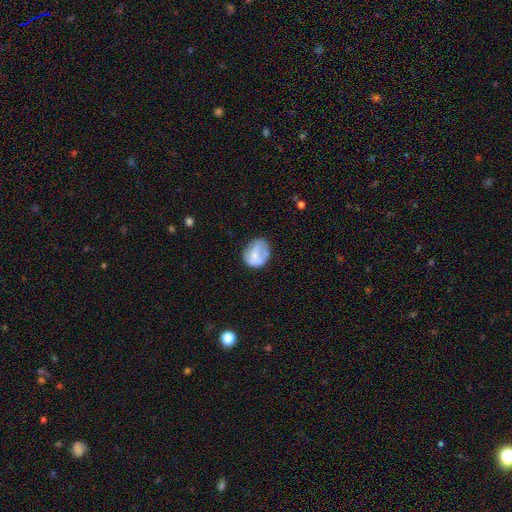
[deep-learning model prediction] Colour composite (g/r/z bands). It shows a smooth galaxy with no disk features (61%) that is round (62%). Merging: none (57%).